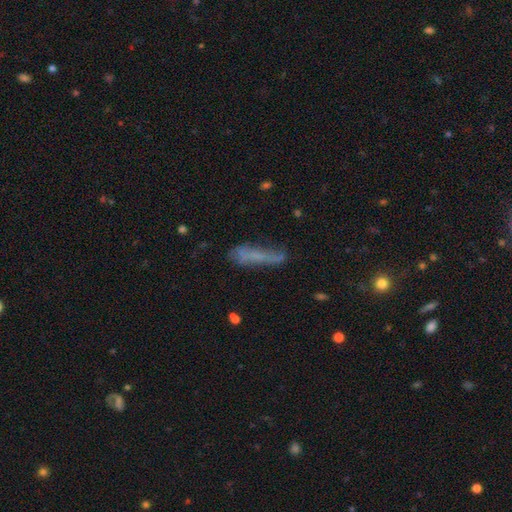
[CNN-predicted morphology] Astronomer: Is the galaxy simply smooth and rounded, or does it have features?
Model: smooth — 53% (runner-up: featured or disk, 33%).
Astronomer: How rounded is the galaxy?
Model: cigar-shaped — 81%.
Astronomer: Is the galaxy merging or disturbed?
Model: none — 53%.